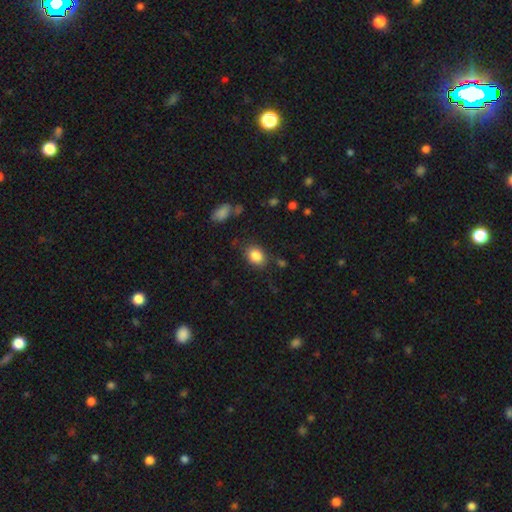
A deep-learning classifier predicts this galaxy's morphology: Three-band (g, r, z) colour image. It shows a smooth galaxy with no disk features (85%) that is in between round and cigar-shaped (65%). Merging: none (81%).